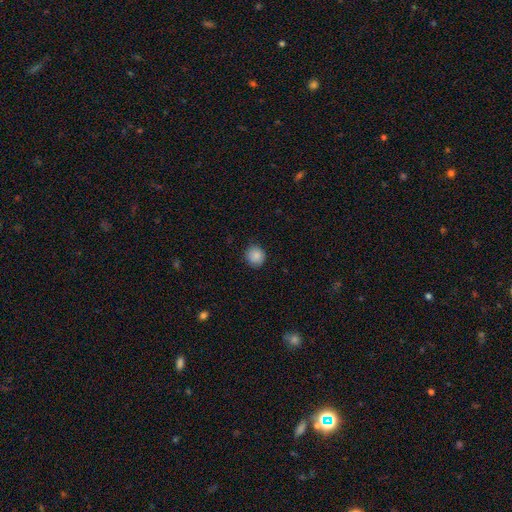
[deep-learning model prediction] Overall: smooth (88%). How rounded: round (87%). Merging: none (87%).